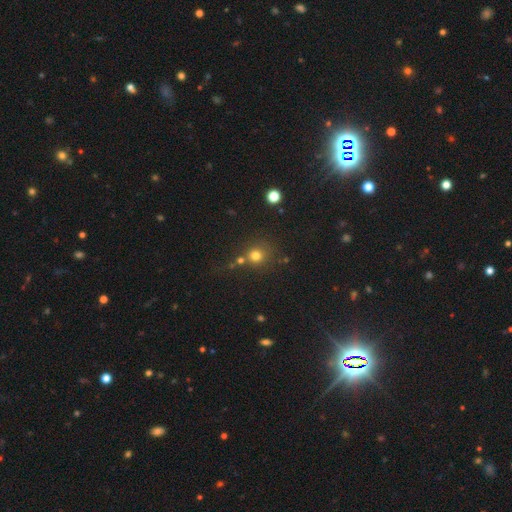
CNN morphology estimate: smooth_or_featured: smooth (p=0.74) [alt: star or artifact p=0.18]
how_rounded: round (p=0.90) [alt: in between p=0.09]
merging: none (p=0.67) [alt: merger p=0.18]